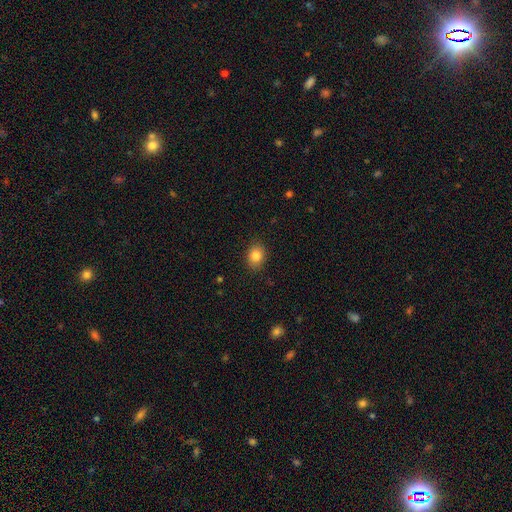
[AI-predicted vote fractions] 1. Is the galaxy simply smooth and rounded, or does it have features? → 84% smooth, 10% star or artifact, 6% featured or disk.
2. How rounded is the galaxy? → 54% in between, 45% round, 1% cigar-shaped.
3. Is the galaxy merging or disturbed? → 87% none, 9% minor disturbance, 2% major disturbance, 1% merger.